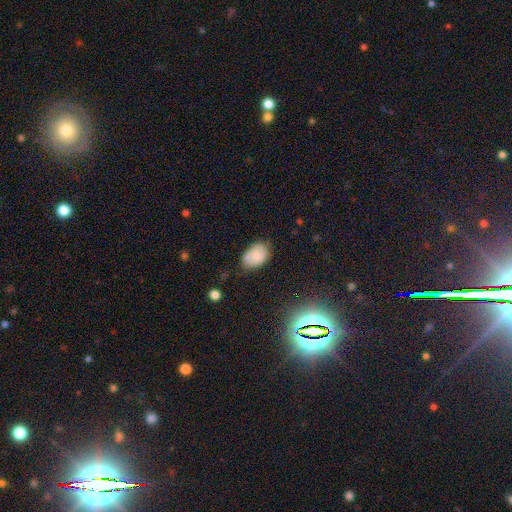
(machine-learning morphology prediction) Smooth or featured? Predicted: smooth (p=0.77). How rounded? Predicted: in between (p=0.87). Merging? Predicted: none (p=0.63).